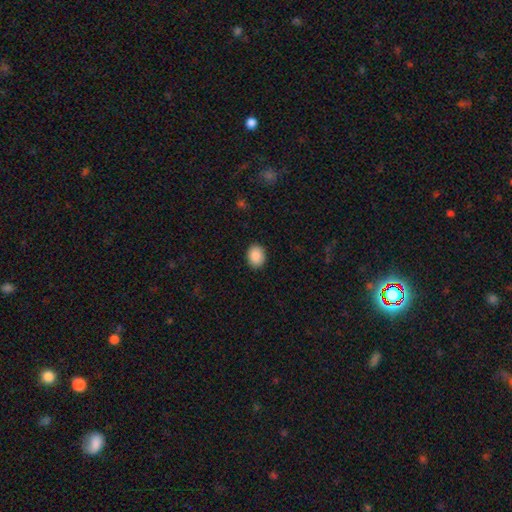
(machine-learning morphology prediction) Smooth or featured: smooth — 90% (star or artifact — 8%)
How rounded: in between — 57% (round — 42%)
Merging: none — 90% (minor disturbance — 7%)